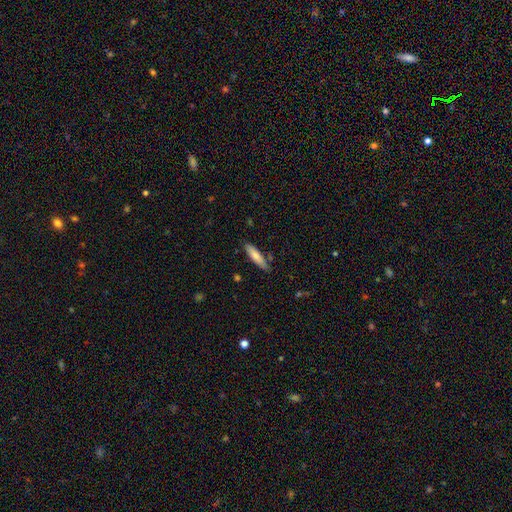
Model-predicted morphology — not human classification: smooth-or-featured: smooth: 75% | featured or disk: 19% | star or artifact: 6%
  how-rounded: cigar-shaped: 71% | in between: 28% | round: 1%
  merging: none: 81% | minor disturbance: 13% | merger: 3% | major disturbance: 2%